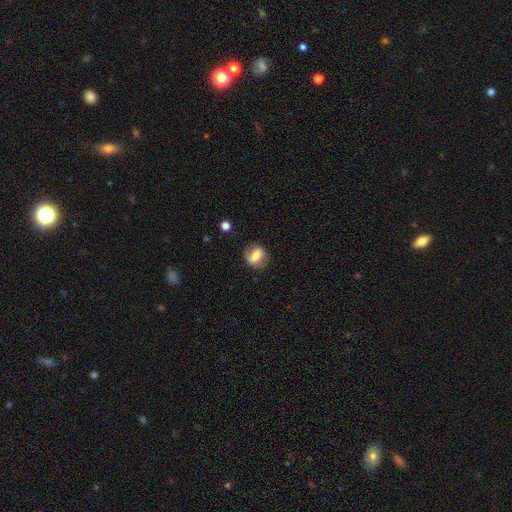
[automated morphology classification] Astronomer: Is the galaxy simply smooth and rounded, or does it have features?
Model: smooth — 64%.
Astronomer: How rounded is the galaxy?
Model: round — 61% (runner-up: in between, 37%).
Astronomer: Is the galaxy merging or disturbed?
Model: none — 78%.